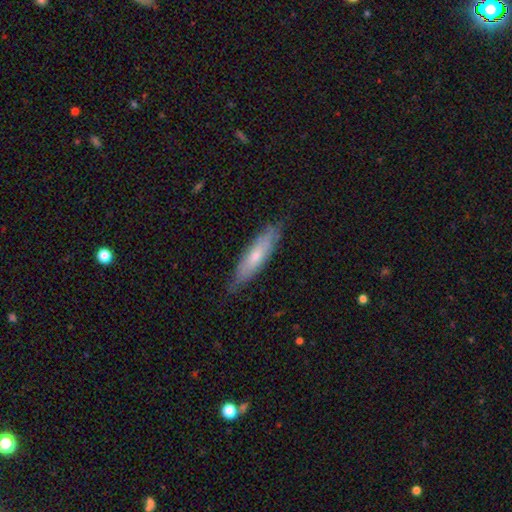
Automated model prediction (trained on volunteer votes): This appears to be a smooth galaxy with no disk features (52%) that is cigar-shaped (69%). Merging: none (77%).